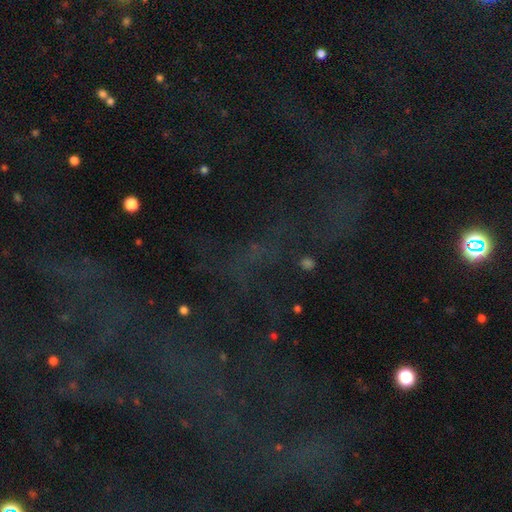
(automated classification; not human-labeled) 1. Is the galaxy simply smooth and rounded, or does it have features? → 76% star or artifact, 12% smooth, 12% featured or disk.